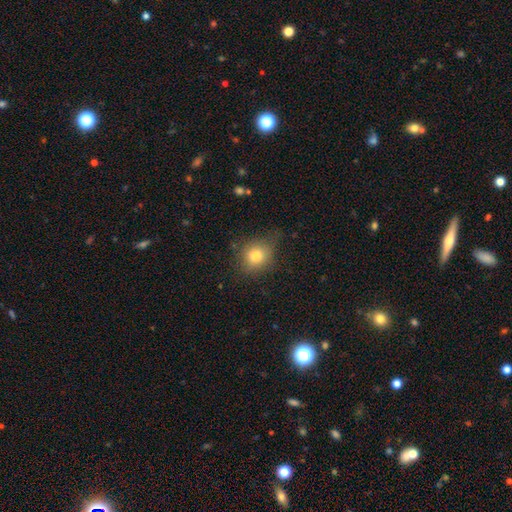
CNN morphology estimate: smooth_or_featured: smooth (p=0.79) [alt: star or artifact p=0.11]
how_rounded: round (p=0.75) [alt: in between p=0.24]
merging: none (p=0.68) [alt: minor disturbance p=0.23]